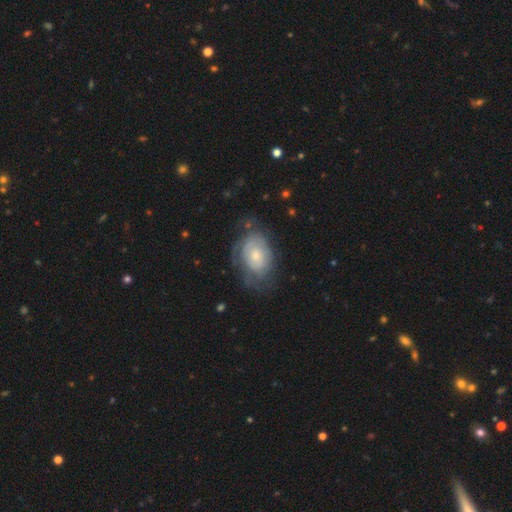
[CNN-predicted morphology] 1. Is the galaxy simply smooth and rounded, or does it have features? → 55% featured or disk, 38% smooth, 7% star or artifact.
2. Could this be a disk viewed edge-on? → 95% no, 5% yes.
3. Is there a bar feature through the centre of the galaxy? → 81% no, 17% weak, 3% strong.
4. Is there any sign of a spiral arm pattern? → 64% yes, 36% no.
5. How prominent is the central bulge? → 48% small, 42% moderate, 6% large, 3% none, 1% dominant.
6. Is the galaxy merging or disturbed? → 56% none, 27% minor disturbance, 16% major disturbance, 2% merger.